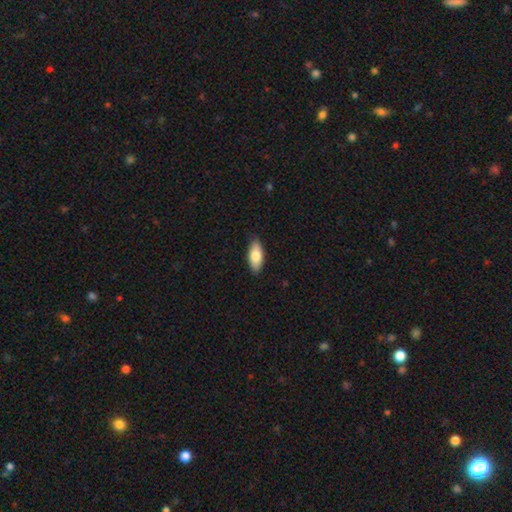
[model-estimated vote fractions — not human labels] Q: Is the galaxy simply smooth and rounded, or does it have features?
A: smooth — 80%.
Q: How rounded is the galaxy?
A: in between — 84%.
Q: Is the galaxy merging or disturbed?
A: none — 87%.